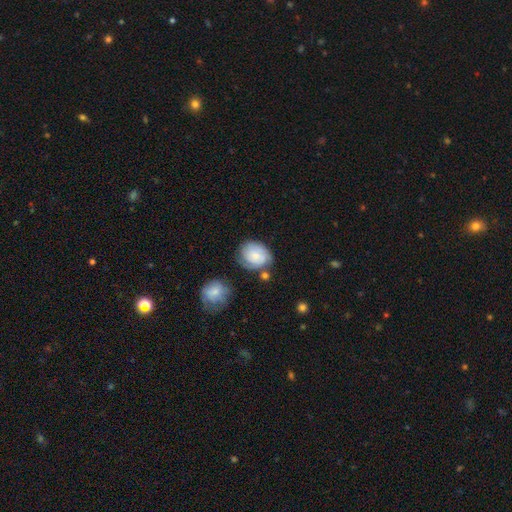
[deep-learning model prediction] Smooth or featured: smooth — 61% (featured or disk — 31%)
How rounded: round — 56% (in between — 43%)
Merging: none — 61% (minor disturbance — 23%)